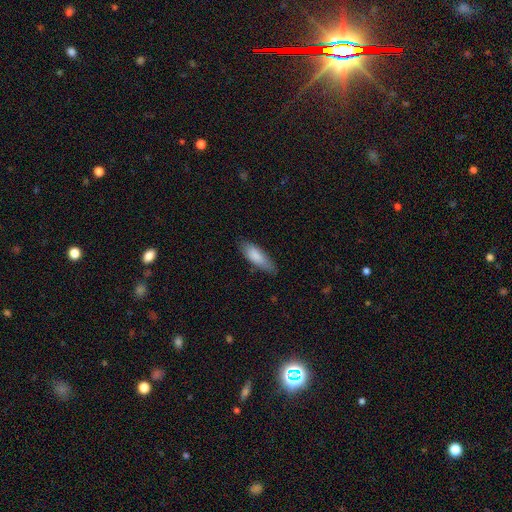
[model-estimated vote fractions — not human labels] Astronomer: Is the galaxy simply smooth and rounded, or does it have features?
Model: smooth — 84%.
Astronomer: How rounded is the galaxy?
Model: in between — 60% (runner-up: cigar-shaped, 39%).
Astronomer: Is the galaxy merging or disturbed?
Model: none — 75%.